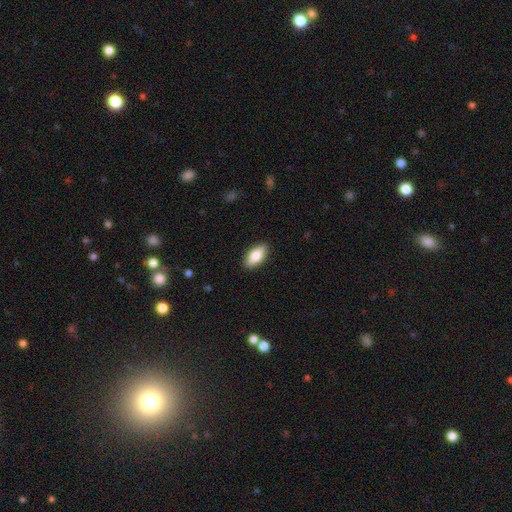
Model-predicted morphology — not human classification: A smooth galaxy with no disk features (80%) that is in between round and cigar-shaped (88%). Merging: none (89%).